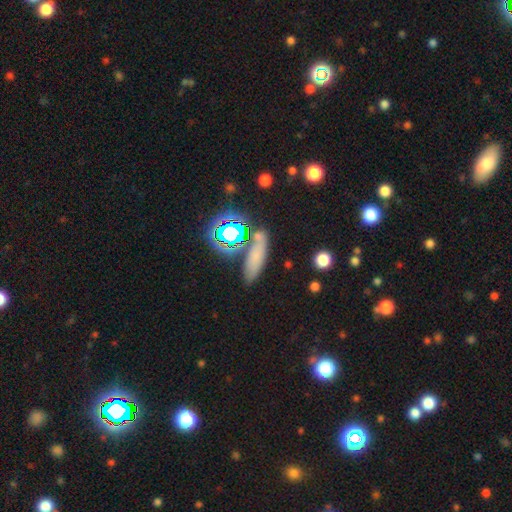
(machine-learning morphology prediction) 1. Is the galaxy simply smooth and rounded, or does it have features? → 65% smooth, 22% star or artifact, 14% featured or disk.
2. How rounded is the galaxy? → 47% cigar-shaped, 44% in between, 9% round.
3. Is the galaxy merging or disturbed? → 76% none, 12% minor disturbance, 8% merger, 4% major disturbance.